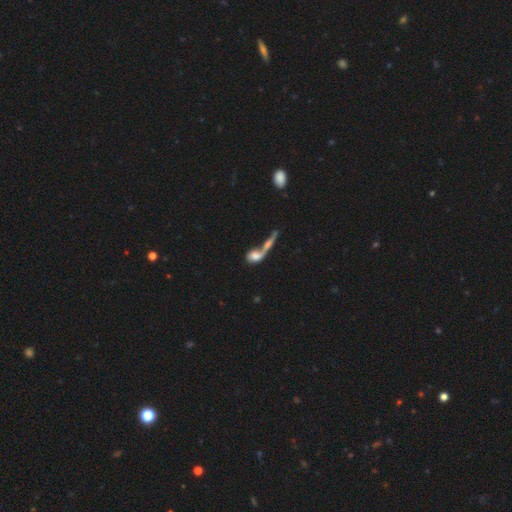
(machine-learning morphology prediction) smooth 60%, featured or disk 29%, star or artifact 11%. Down the decision tree: how rounded — in between (46%); merging — merger (58%).